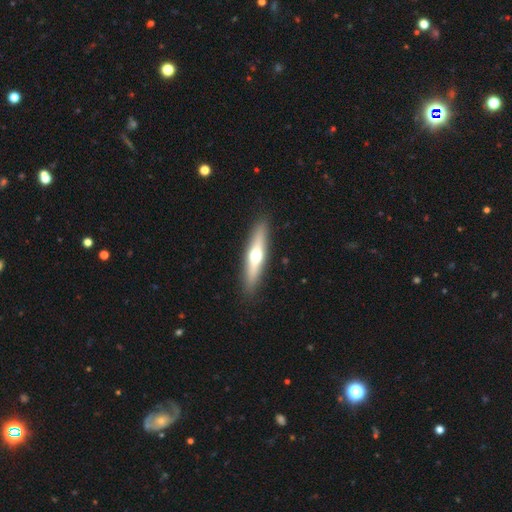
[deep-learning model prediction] Smooth or featured?
  - featured or disk: 52% *
  - smooth: 42%
  - star or artifact: 6%
Edge-on disk?
  - yes: 91% *
  - no: 9%
Merging?
  - none: 90% *
  - minor disturbance: 7%
  - major disturbance: 2%
  - merger: 1%